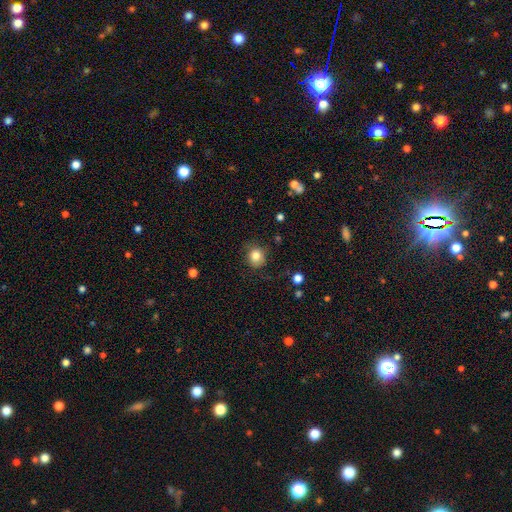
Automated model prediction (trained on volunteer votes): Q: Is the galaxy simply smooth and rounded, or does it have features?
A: smooth — 82%.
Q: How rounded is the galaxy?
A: round — 83%.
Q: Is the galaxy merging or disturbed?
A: none — 79%.